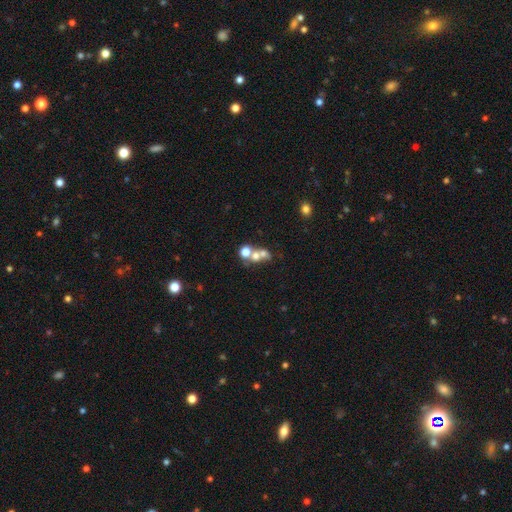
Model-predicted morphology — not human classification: Smooth or featured?
  - smooth: 57% *
  - featured or disk: 25%
  - star or artifact: 18%
How rounded?
  - round: 71% *
  - in between: 28%
  - cigar-shaped: 2%
Merging?
  - merger: 59% *
  - none: 28%
  - minor disturbance: 7%
  - major disturbance: 6%